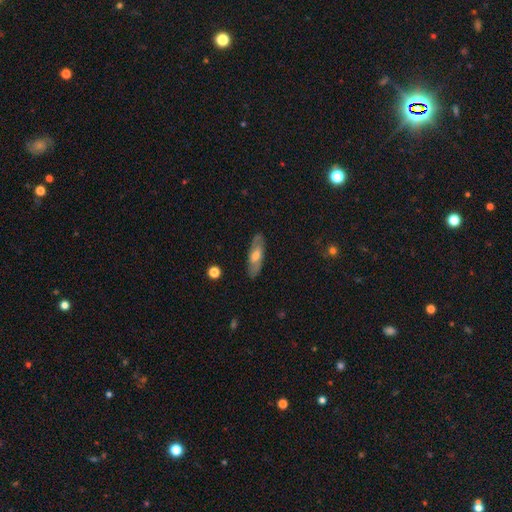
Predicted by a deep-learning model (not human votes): Smooth or featured? Predicted: smooth (p=0.47, tied with featured or disk). Merging? Predicted: none (p=0.85).